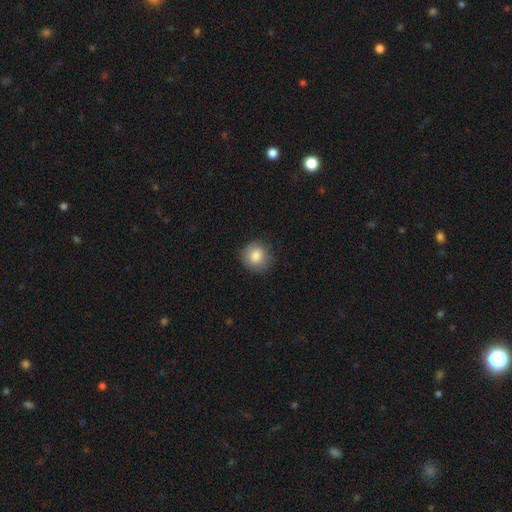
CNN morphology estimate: smooth-or-featured: smooth: 84% | star or artifact: 8% | featured or disk: 8%
  how-rounded: round: 87% | in between: 12% | cigar-shaped: 1%
  merging: none: 83% | minor disturbance: 13% | major disturbance: 3% | merger: 1%